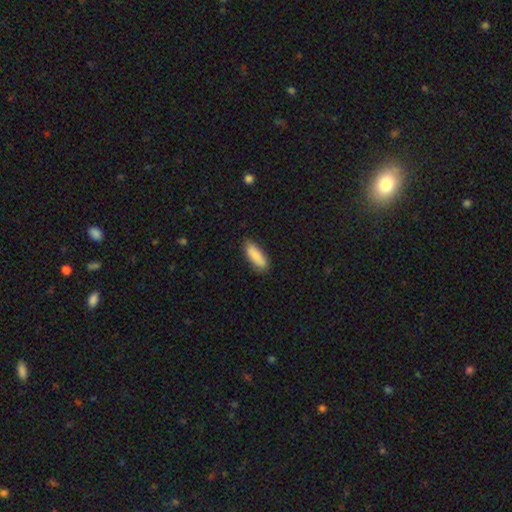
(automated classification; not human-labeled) smooth 88%, featured or disk 6%, star or artifact 6%. Down the decision tree: how rounded — in between (63%); merging — none (83%).